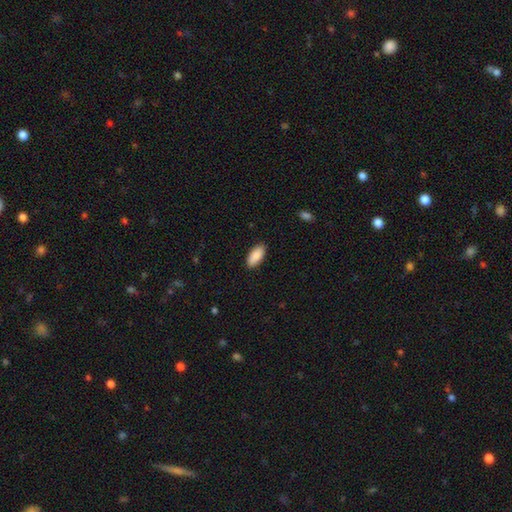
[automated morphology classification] type=smooth (90%); roundness=in between (89%); merging=none (89%).